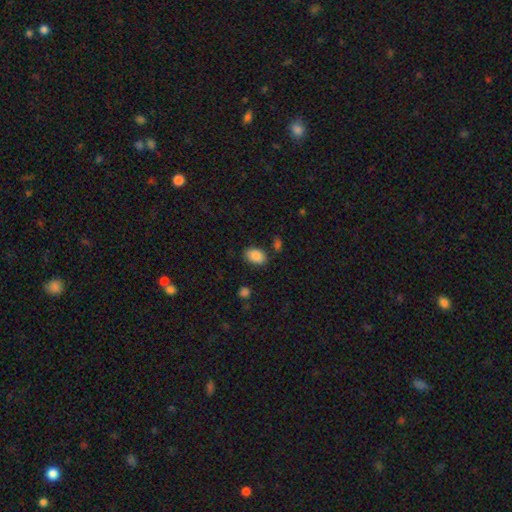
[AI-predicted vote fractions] Smooth or featured? smooth (87%)
How rounded? in between (88%)
Merging? none (81%)